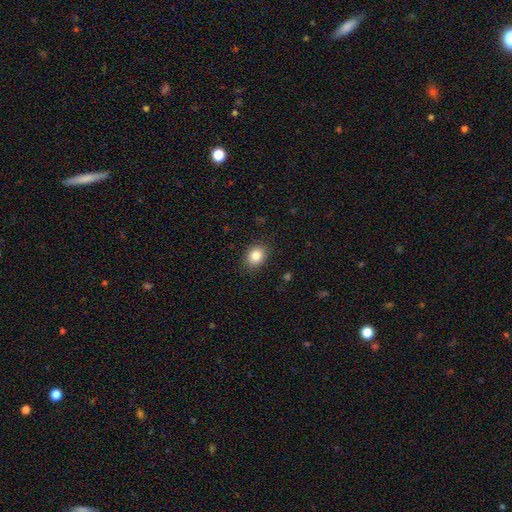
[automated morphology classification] Overall: smooth (85%). How rounded: in between (50%; round 49%). Merging: none (87%).